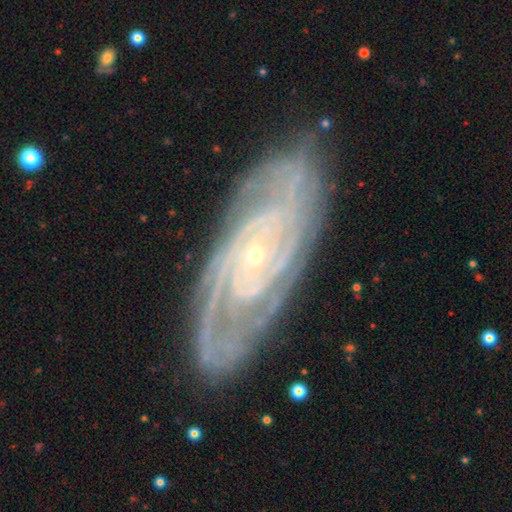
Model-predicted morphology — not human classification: This appears to be a featured or disk galaxy (90%) with no bar (69%), 2 (30%) tight (74%) spiral arms (98%) and a small central bulge (85%). Merging: none (82%).